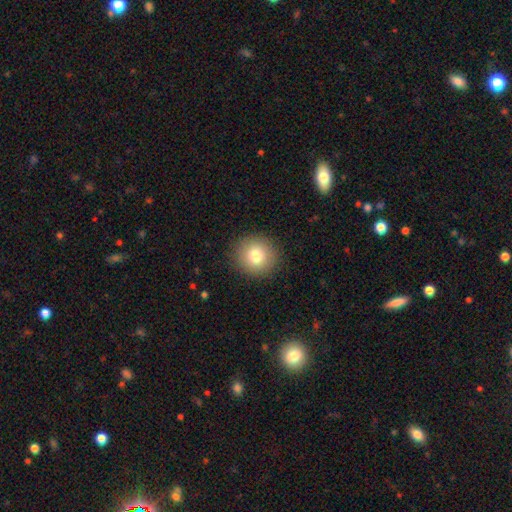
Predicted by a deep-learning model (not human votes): A smooth galaxy with no disk features (78%) that is round (92%).

Vote fractions:
- Smooth or featured? smooth: 78% / featured or disk: 11% / star or artifact: 11%
- How rounded? round: 92% / in between: 7% / cigar-shaped: 1%
- Merging? none: 91% / minor disturbance: 6% / major disturbance: 2% / merger: 1%